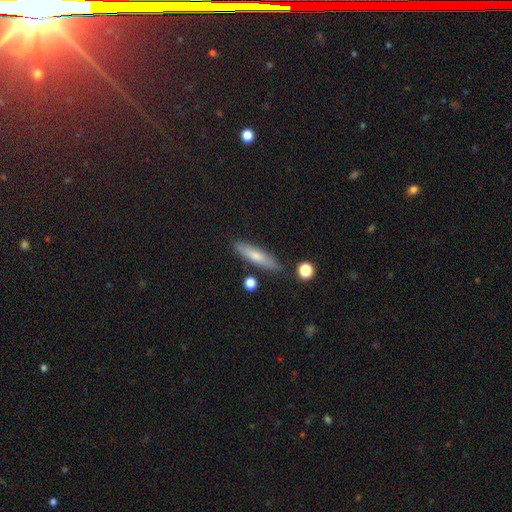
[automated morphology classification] Smooth or featured?
  - smooth: 69% *
  - featured or disk: 24%
  - star or artifact: 7%
How rounded?
  - cigar-shaped: 78% *
  - in between: 20%
  - round: 2%
Merging?
  - none: 82% *
  - minor disturbance: 11%
  - merger: 4%
  - major disturbance: 3%